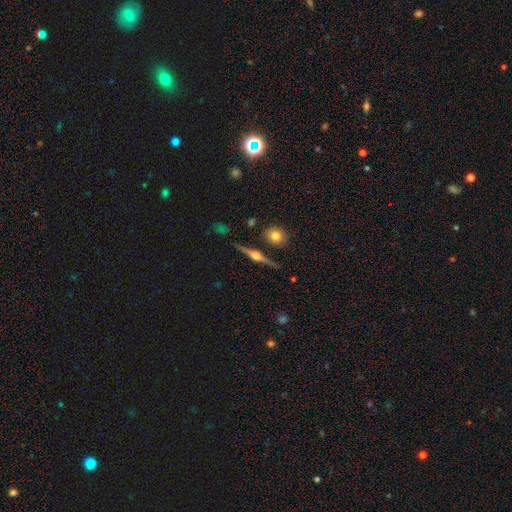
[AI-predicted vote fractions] Smooth or featured: featured or disk — 82% (smooth — 11%)
Edge-on disk: yes — 98% (no — 2%)
Edge-on bulge: rounded — 92% (boxy — 6%)
Merging: none — 86% (minor disturbance — 8%)